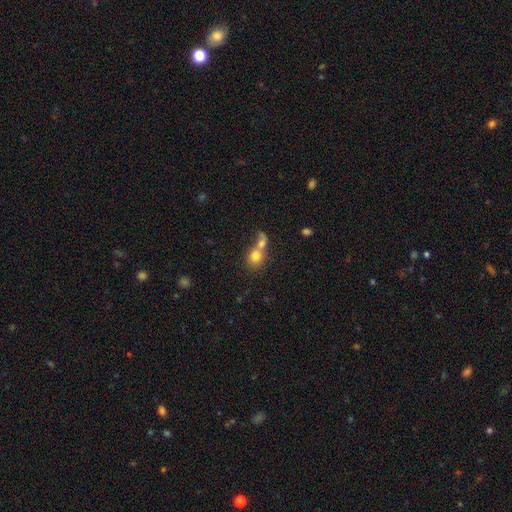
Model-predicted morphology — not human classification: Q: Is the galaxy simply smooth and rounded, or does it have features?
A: smooth — 75%.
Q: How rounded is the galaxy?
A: round — 67%.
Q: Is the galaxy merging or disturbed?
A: merger — 67%.